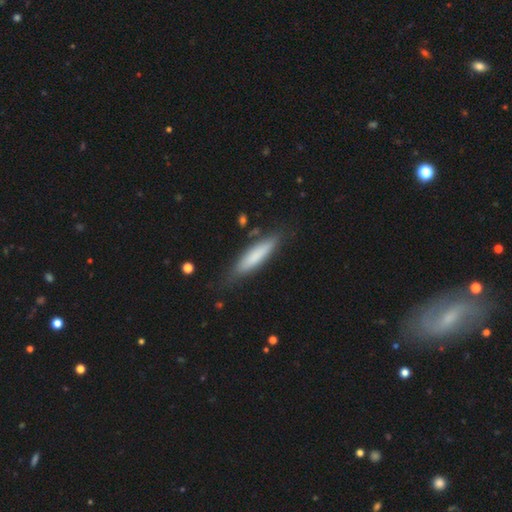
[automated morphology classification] smooth_or_featured: smooth (p=0.75) [alt: featured or disk p=0.19]
how_rounded: cigar-shaped (p=0.80) [alt: in between p=0.19]
merging: none (p=0.80) [alt: minor disturbance p=0.15]